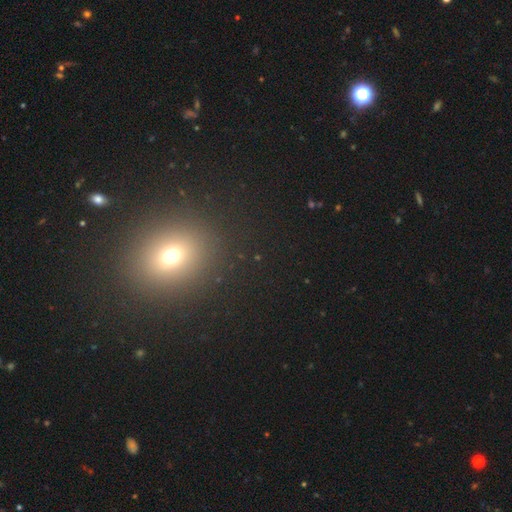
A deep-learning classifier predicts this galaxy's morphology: smooth_or_featured: smooth (p=0.61) [alt: star or artifact p=0.30]
how_rounded: round (p=0.63) [alt: in between p=0.35]
merging: none (p=0.92) [alt: minor disturbance p=0.05]